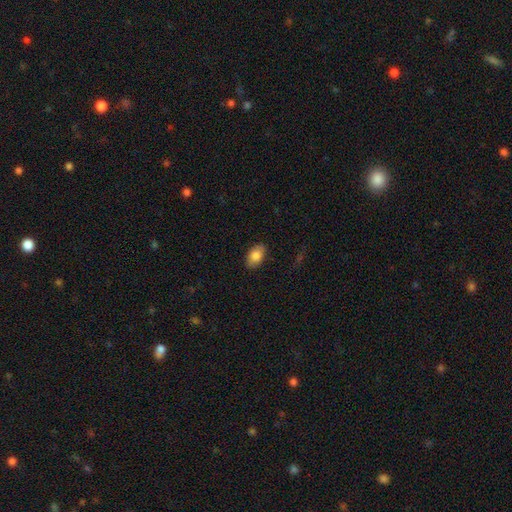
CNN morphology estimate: Overall: smooth (84%). How rounded: in between (91%). Merging: none (86%).